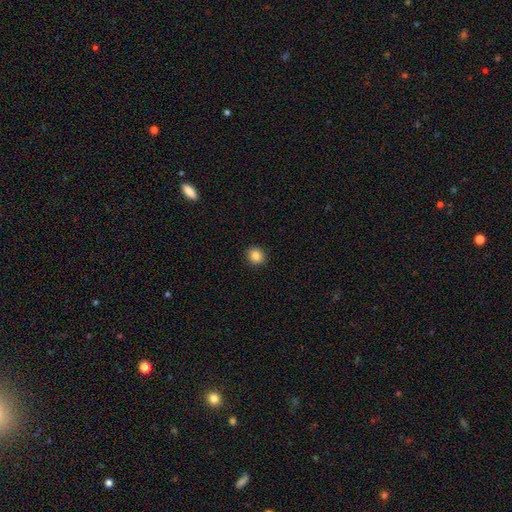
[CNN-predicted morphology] smooth_or_featured: smooth (p=0.85) [alt: star or artifact p=0.10]
how_rounded: round (p=0.88) [alt: in between p=0.11]
merging: none (p=0.92) [alt: minor disturbance p=0.05]